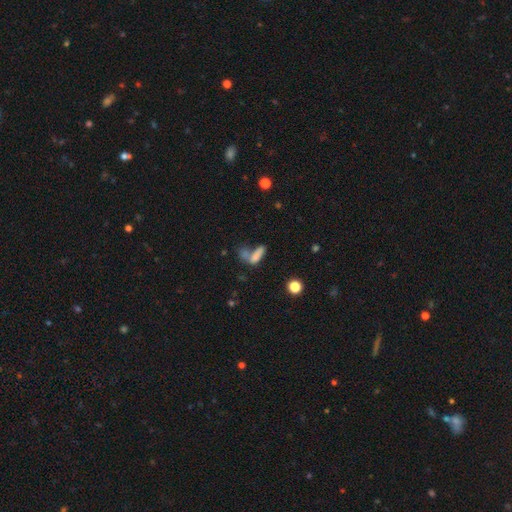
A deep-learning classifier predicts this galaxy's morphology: Smooth or featured?
  - smooth: 69% *
  - featured or disk: 17%
  - star or artifact: 13%
How rounded?
  - in between: 51% *
  - cigar-shaped: 42%
  - round: 7%
Merging?
  - merger: 43% *
  - none: 30%
  - major disturbance: 15%
  - minor disturbance: 12%